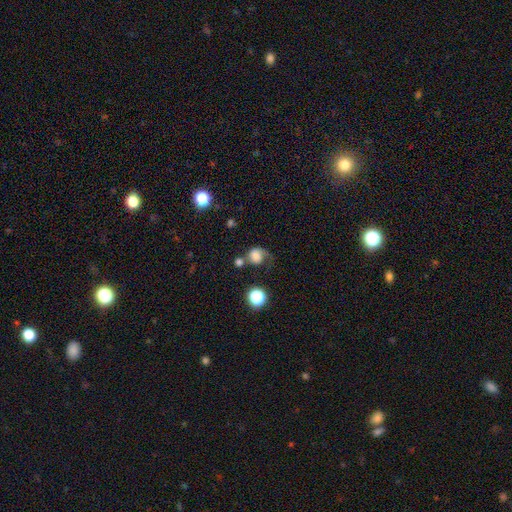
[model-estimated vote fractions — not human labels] Q: Smooth or featured?
A: smooth (63%); runner-up: featured or disk (25%)
Q: How rounded?
A: round (68%); runner-up: in between (31%)
Q: Merging?
A: none (32%); tied with: major disturbance (32%)